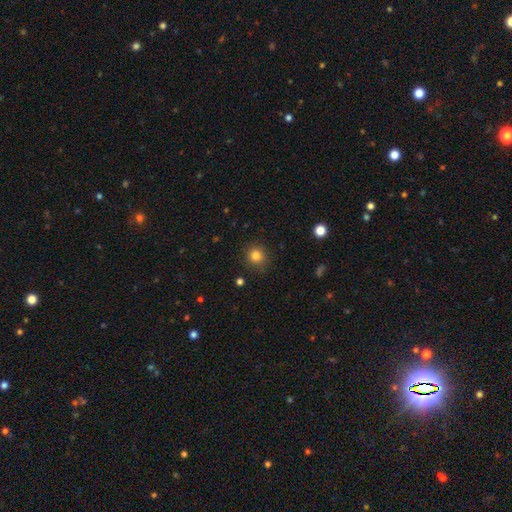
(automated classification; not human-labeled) smooth-or-featured: smooth: 83% | star or artifact: 12% | featured or disk: 5%
  how-rounded: round: 90% | in between: 9% | cigar-shaped: 1%
  merging: none: 86% | minor disturbance: 9% | major disturbance: 3% | merger: 1%